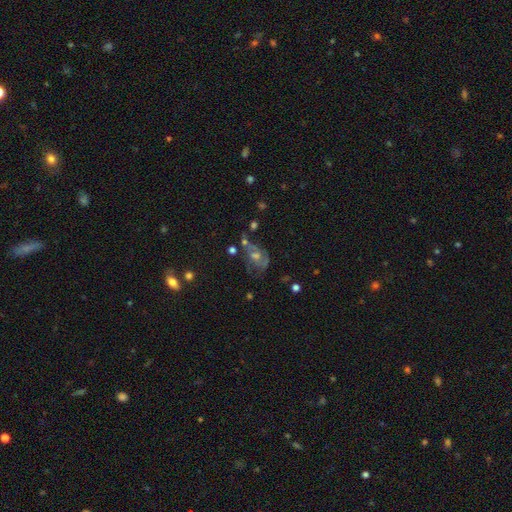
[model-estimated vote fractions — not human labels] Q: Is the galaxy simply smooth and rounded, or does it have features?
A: featured or disk — 58%.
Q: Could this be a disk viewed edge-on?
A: no — 94%.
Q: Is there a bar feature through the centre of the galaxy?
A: no — 70%.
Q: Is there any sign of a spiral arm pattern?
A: yes — 62%.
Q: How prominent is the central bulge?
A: moderate — 55%.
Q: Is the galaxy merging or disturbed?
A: none — 46%.